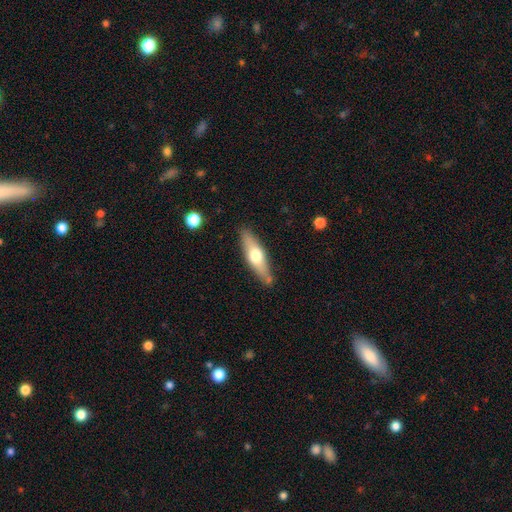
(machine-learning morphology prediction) Overall: smooth (50%; featured or disk 45%). Merging: none (82%).